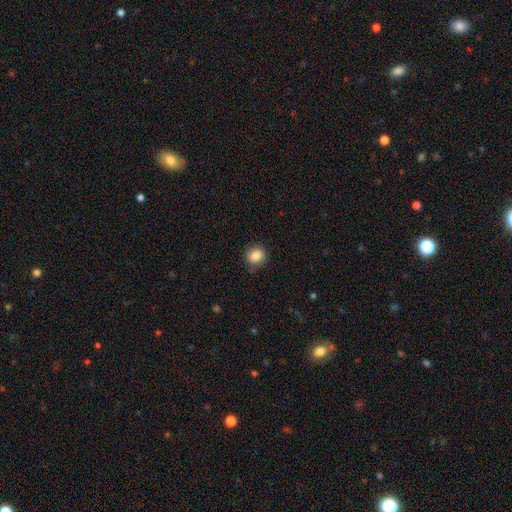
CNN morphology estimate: Smooth or featured: smooth — 85% (star or artifact — 9%)
How rounded: round — 68% (in between — 31%)
Merging: none — 77% (minor disturbance — 18%)